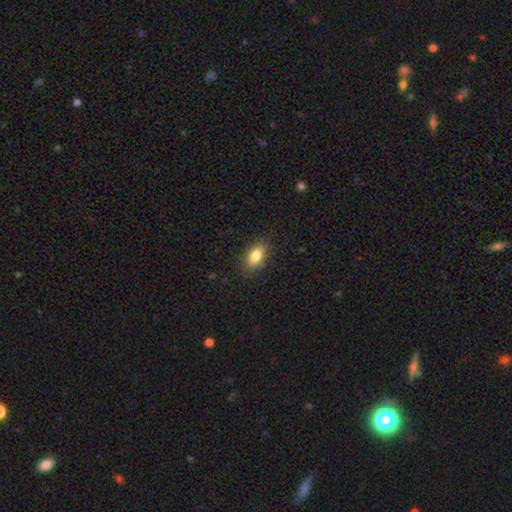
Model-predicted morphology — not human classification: Smooth or featured? smooth (82%)
How rounded? in between (88%)
Merging? none (83%)